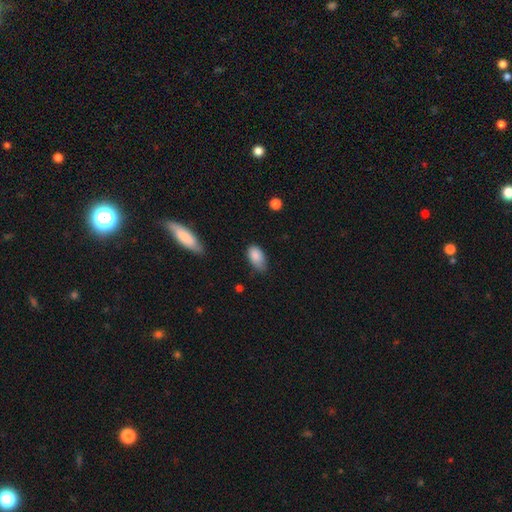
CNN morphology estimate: smooth_or_featured: smooth (p=0.86) [alt: star or artifact p=0.08]
how_rounded: in between (p=0.92) [alt: round p=0.06]
merging: none (p=0.56) [alt: minor disturbance p=0.35]